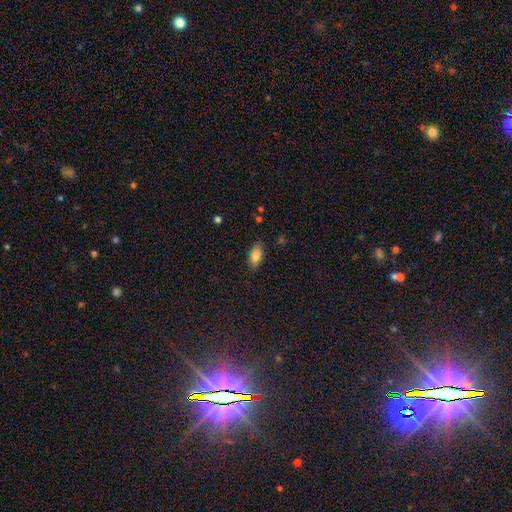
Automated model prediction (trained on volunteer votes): The model was most divided on "merging": none: 85%, minor disturbance: 11%, major disturbance: 2%, merger: 1%. More confident: how rounded — in between (91%); smooth or featured — smooth (84%).